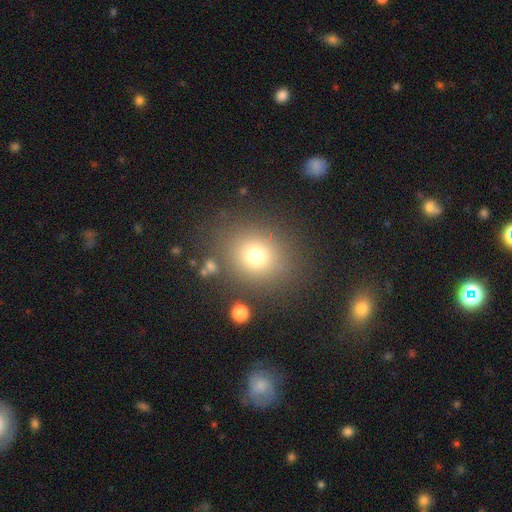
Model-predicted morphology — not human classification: smooth-or-featured: smooth: 73% | star or artifact: 17% | featured or disk: 10%
  how-rounded: round: 72% | in between: 27% | cigar-shaped: 1%
  merging: none: 82% | minor disturbance: 9% | major disturbance: 5% | merger: 4%